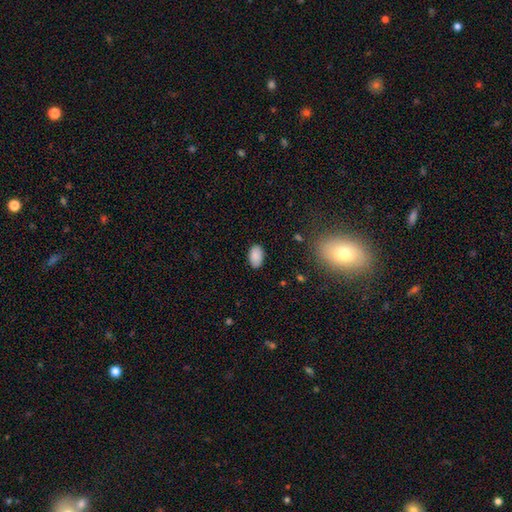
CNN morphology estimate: The model was most divided on "merging": none: 86%, minor disturbance: 11%, major disturbance: 2%, merger: 1%. More confident: how rounded — in between (92%); smooth or featured — smooth (88%).